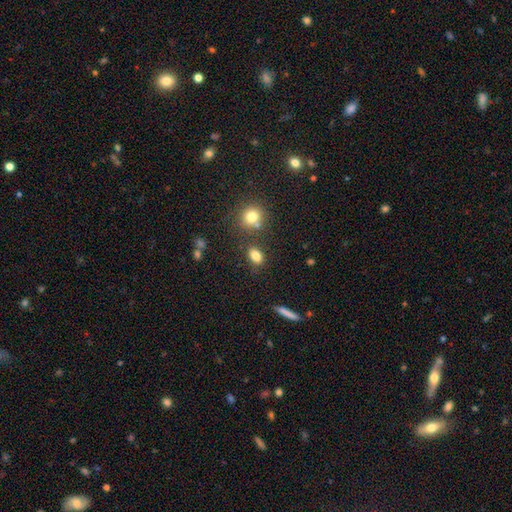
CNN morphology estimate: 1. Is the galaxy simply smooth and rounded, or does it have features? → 82% smooth, 11% star or artifact, 7% featured or disk.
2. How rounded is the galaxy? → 80% in between, 17% round, 3% cigar-shaped.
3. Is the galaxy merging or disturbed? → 77% none, 12% minor disturbance, 8% merger, 4% major disturbance.